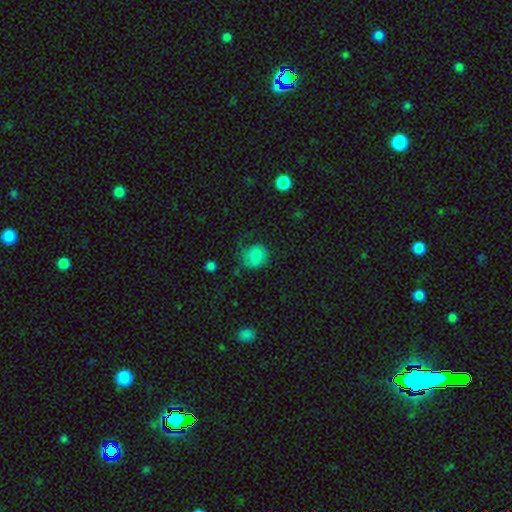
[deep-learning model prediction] This is likely a smooth galaxy (78%). How rounded: likely round (78%). Merging: possibly none (46%).